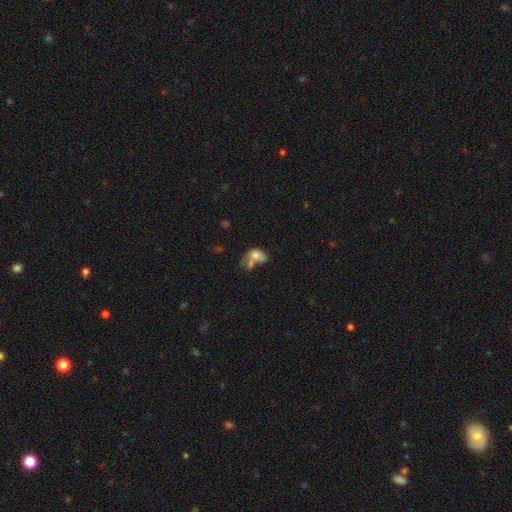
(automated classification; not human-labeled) smooth 64%, featured or disk 26%, star or artifact 10%. Down the decision tree: how rounded — in between (77%); merging — merger (51%).